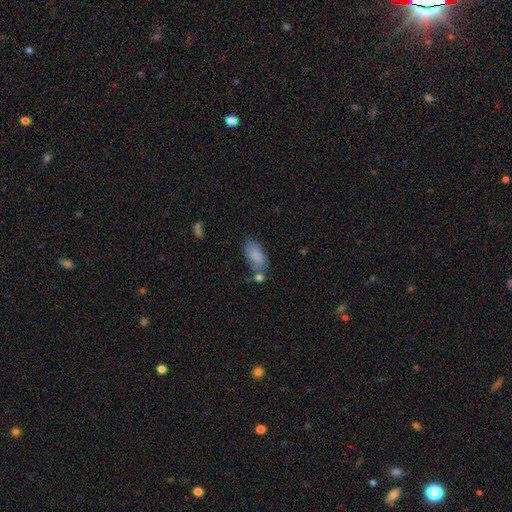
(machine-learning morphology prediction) The model was most divided on "merging": none: 58%, minor disturbance: 21%, merger: 14%, major disturbance: 7%. More confident: how rounded — in between (93%); smooth or featured — smooth (83%).